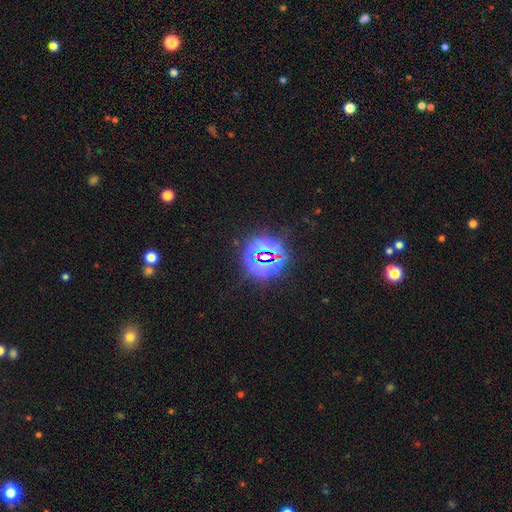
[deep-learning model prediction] Overall: star or artifact (79%).